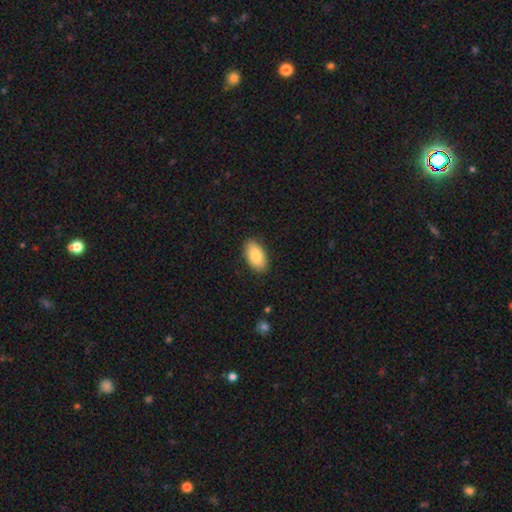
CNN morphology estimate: A smooth galaxy with no disk features (85%) that is in between round and cigar-shaped (94%). Merging: none (87%).